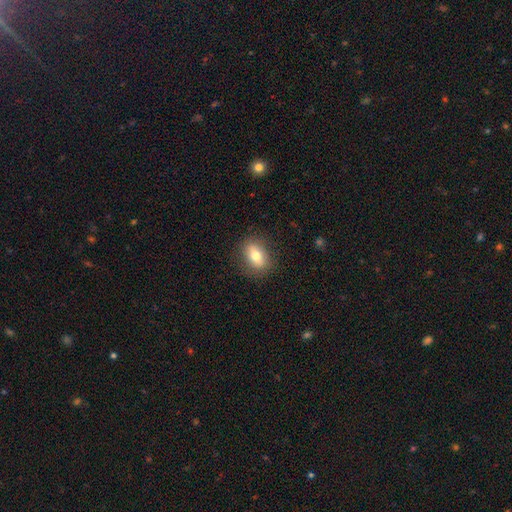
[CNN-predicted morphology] This is likely a smooth galaxy (71%). How rounded: likely in between (74%). Merging: clearly none (85%).